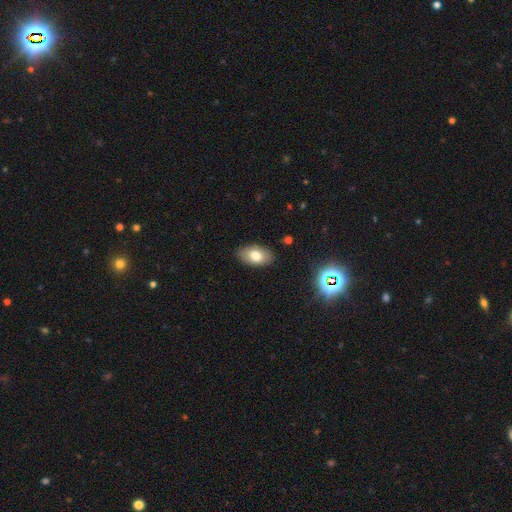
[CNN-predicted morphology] Smooth or featured? Predicted: smooth (p=0.75). How rounded? Predicted: in between (p=0.92). Merging? Predicted: none (p=0.87).